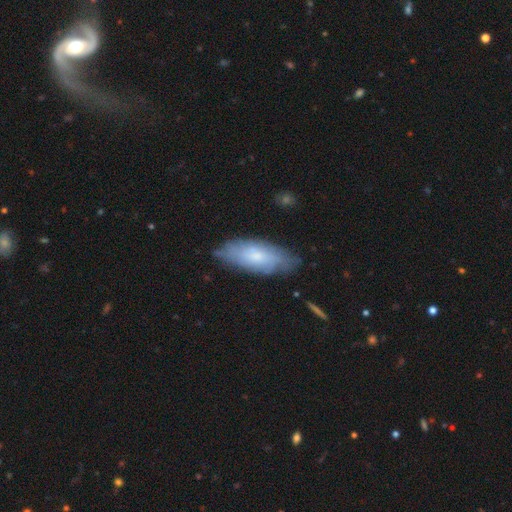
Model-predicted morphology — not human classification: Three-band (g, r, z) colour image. It shows a smooth galaxy with no disk features (56%) that is in between round and cigar-shaped (74%). Merging: none (75%).